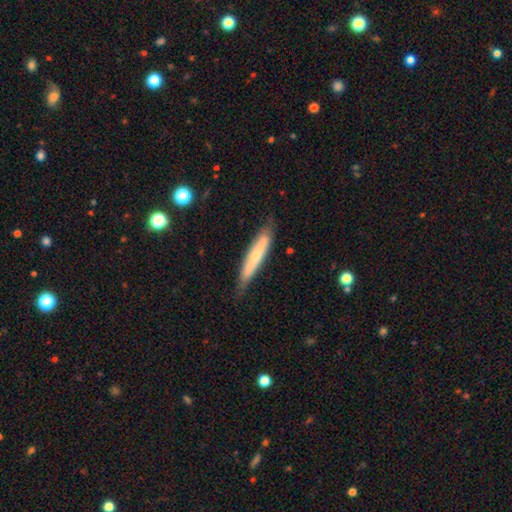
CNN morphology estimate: A smooth galaxy with no disk features (53%) that is cigar-shaped (90%). Merging: none (80%).